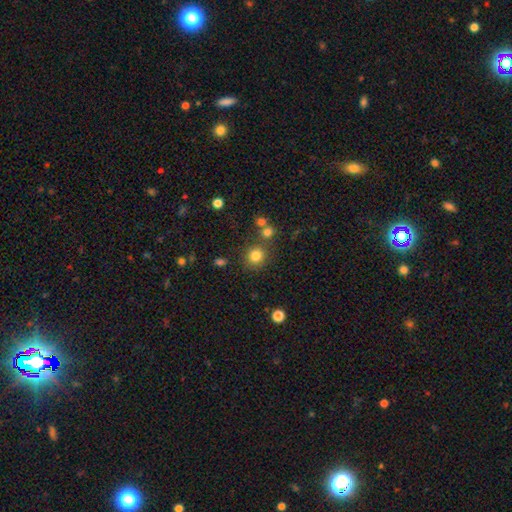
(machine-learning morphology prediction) This is likely a smooth galaxy (80%). How rounded: clearly round (87%). Merging: likely none (78%).